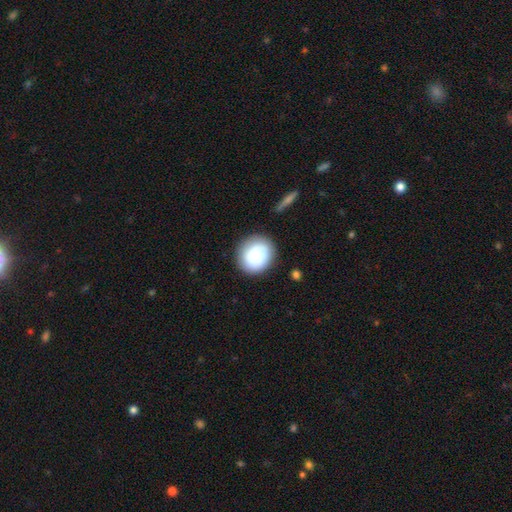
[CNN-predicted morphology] smooth 78%, featured or disk 15%, star or artifact 7%. Down the decision tree: how rounded — round (82%); merging — none (81%).